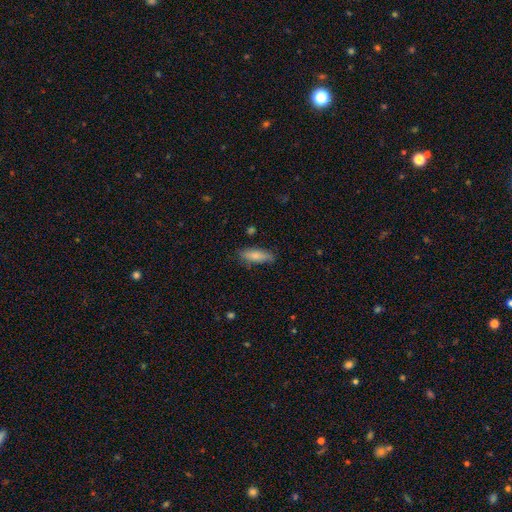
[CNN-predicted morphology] Smooth or featured?
  - smooth: 80% *
  - featured or disk: 13%
  - star or artifact: 6%
How rounded?
  - in between: 55% *
  - cigar-shaped: 43%
  - round: 2%
Merging?
  - none: 80% *
  - minor disturbance: 15%
  - major disturbance: 3%
  - merger: 2%